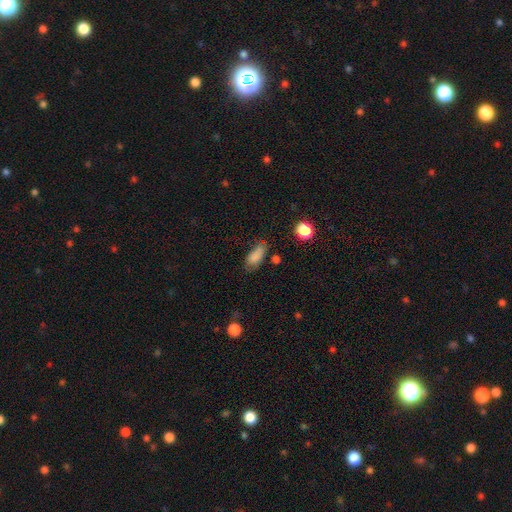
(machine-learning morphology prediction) A smooth galaxy with no disk features (81%) that is in between round and cigar-shaped (84%).

Vote fractions:
- Smooth or featured? smooth: 81% / star or artifact: 11% / featured or disk: 8%
- How rounded? in between: 84% / cigar-shaped: 11% / round: 5%
- Merging? none: 59% / minor disturbance: 28% / major disturbance: 9% / merger: 4%